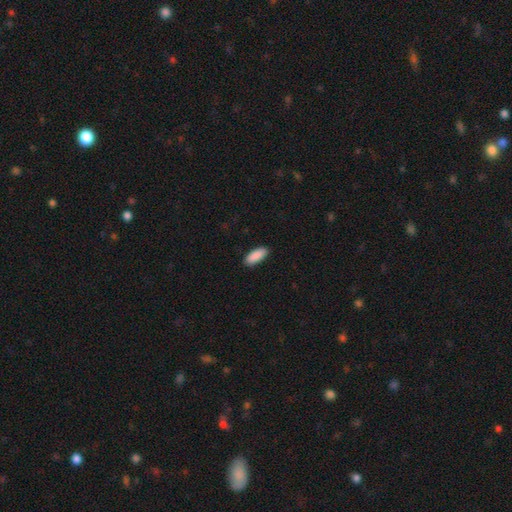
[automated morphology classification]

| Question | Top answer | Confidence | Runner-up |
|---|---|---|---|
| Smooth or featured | smooth | 91% | star or artifact (6%) |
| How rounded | in between | 80% | cigar-shaped (18%) |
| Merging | none | 90% | minor disturbance (8%) |